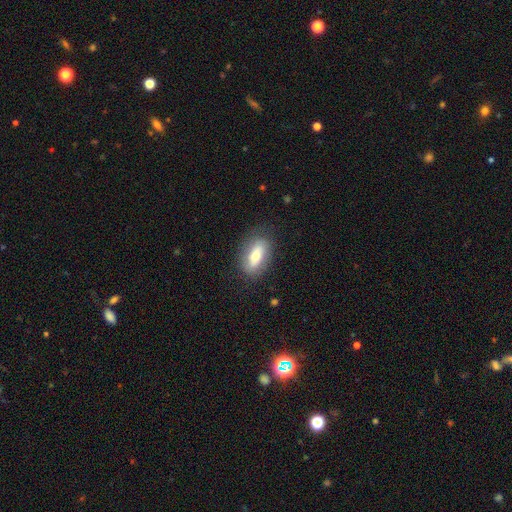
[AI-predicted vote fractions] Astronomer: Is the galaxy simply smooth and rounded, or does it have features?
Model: smooth — 62%.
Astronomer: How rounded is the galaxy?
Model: in between — 85%.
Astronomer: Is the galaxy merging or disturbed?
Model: none — 81%.